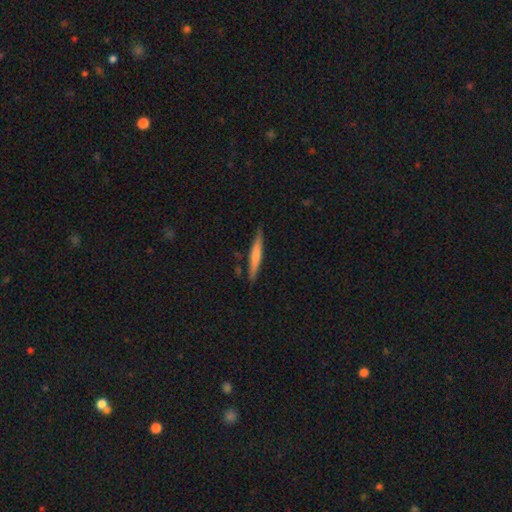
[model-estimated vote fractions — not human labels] Morphology: type=smooth (54%); roundness=cigar-shaped (93%); merging=none (86%).